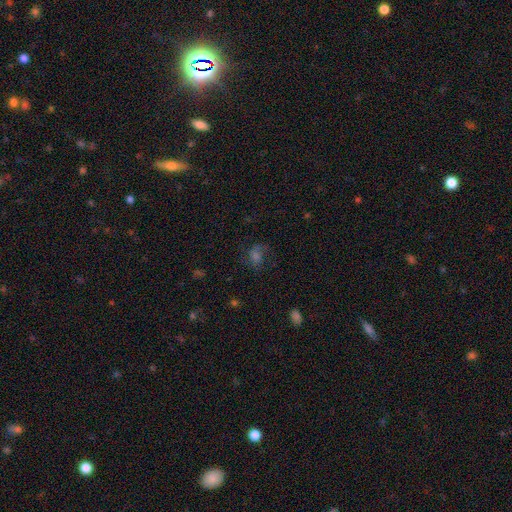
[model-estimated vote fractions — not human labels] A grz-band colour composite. It shows a featured or disk galaxy (41%). Merging: none (61%).